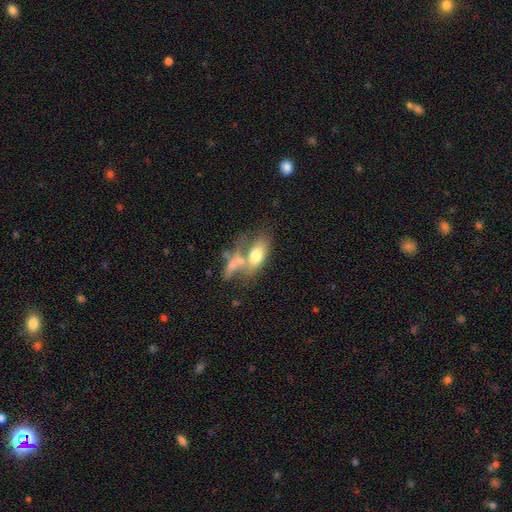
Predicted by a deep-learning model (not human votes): smooth_or_featured: smooth (p=0.65) [alt: featured or disk p=0.28]
how_rounded: in between (p=0.83) [alt: cigar-shaped p=0.11]
merging: merger (p=0.48) [alt: none p=0.28]